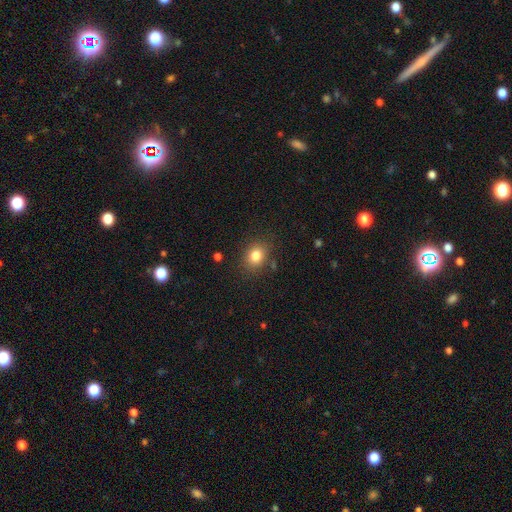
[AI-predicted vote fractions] Morphology: type=smooth (82%); roundness=round (53%); merging=none (83%).